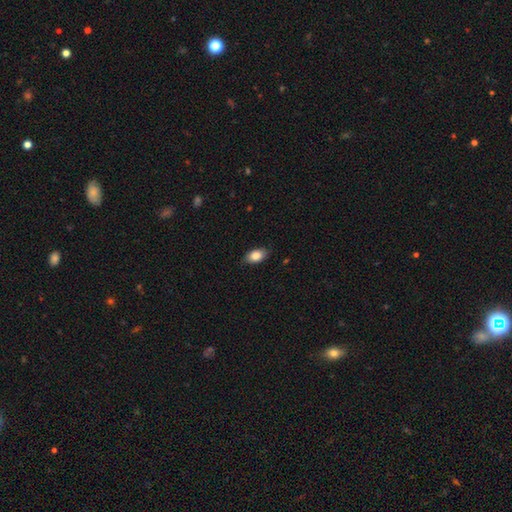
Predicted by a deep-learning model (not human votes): Smooth or featured? Predicted: smooth (p=0.84). How rounded? Predicted: in between (p=0.90). Merging? Predicted: none (p=0.84).